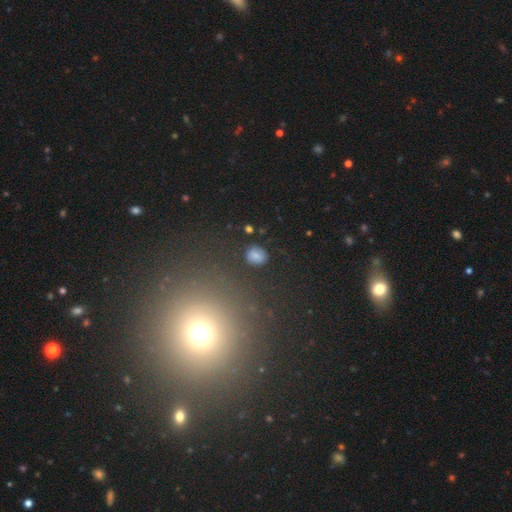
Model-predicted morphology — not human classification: Smooth or featured?
  - smooth: 74% *
  - star or artifact: 15%
  - featured or disk: 10%
How rounded?
  - round: 65% *
  - in between: 34%
  - cigar-shaped: 1%
Merging?
  - none: 83% *
  - minor disturbance: 11%
  - major disturbance: 4%
  - merger: 2%